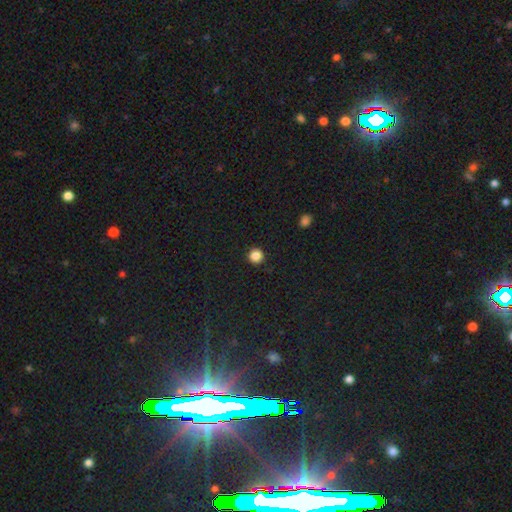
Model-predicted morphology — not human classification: smooth 86%, star or artifact 11%, featured or disk 3%. Down the decision tree: how rounded — round (95%); merging — none (93%).